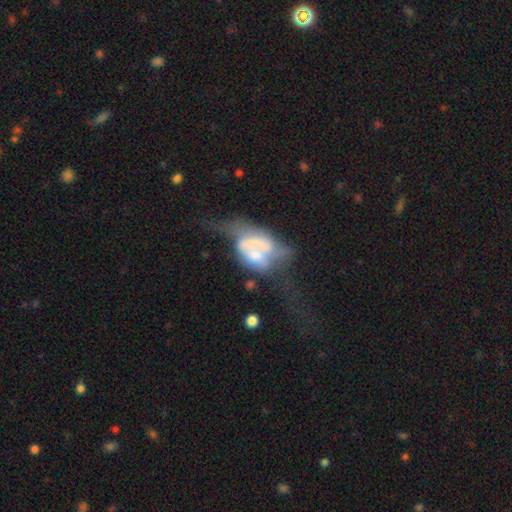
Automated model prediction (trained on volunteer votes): A featured or disk galaxy (55%) with no bar (75%), no spiral arms (71%) and a moderate central bulge (31%).

Vote fractions:
- Smooth or featured? featured or disk: 55% / smooth: 37% / star or artifact: 9%
- Edge-on disk? no: 92% / yes: 8%
- Bar? no: 75% / weak: 16% / strong: 9%
- Spiral arms? no: 71% / yes: 29%
- Bulge size? moderate: 31% / none: 25% / small: 19% / large: 19% / dominant: 6%
- Merging? merger: 45% / major disturbance: 33% / none: 12% / minor disturbance: 11%